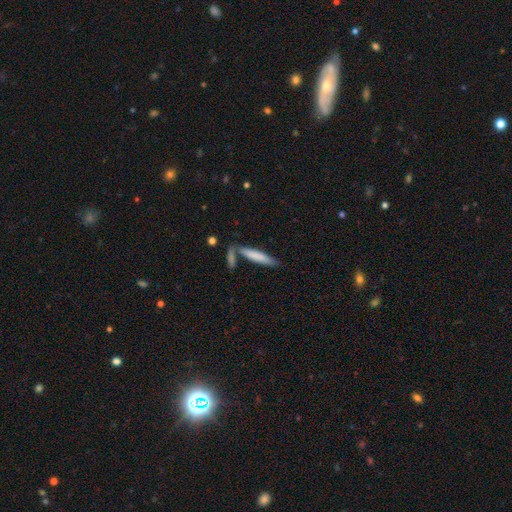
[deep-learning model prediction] Smooth or featured?
  - smooth: 75% *
  - featured or disk: 20%
  - star or artifact: 6%
How rounded?
  - cigar-shaped: 86% *
  - in between: 13%
  - round: 1%
Merging?
  - none: 66% *
  - merger: 18%
  - minor disturbance: 13%
  - major disturbance: 4%